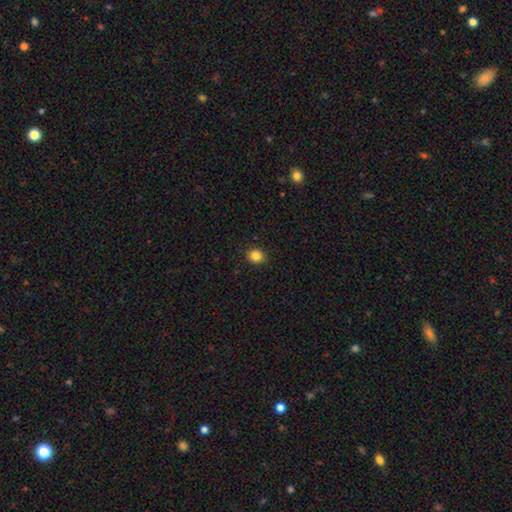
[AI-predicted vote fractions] A smooth galaxy with no disk features (84%) that is round (81%). Merging: none (92%).